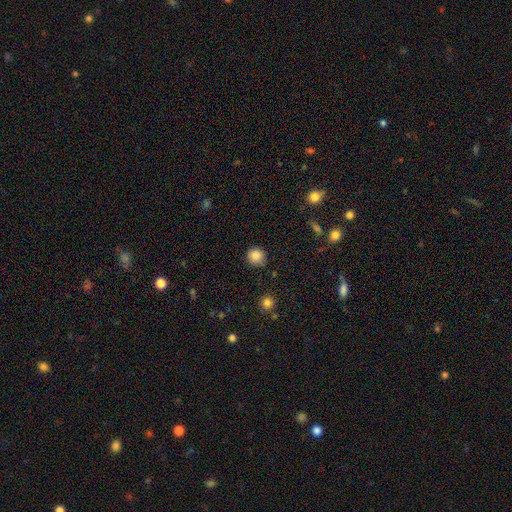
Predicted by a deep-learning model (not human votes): This is clearly a smooth galaxy (86%). How rounded: clearly round (91%). Merging: clearly none (85%).